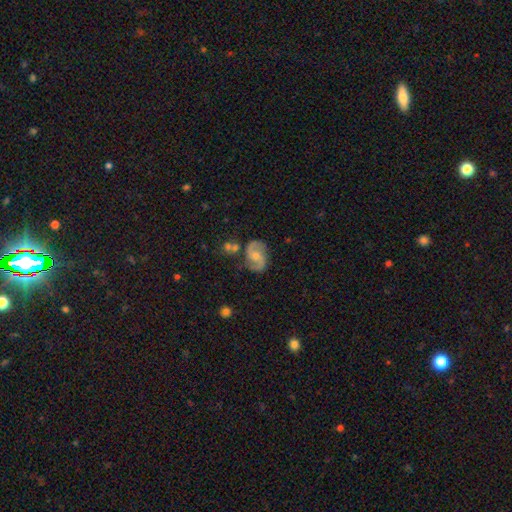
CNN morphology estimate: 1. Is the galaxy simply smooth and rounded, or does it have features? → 84% featured or disk, 10% smooth, 6% star or artifact.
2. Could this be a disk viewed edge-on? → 98% no, 2% yes.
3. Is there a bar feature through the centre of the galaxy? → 49% no, 42% weak, 9% strong.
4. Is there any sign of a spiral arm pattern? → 96% yes, 4% no.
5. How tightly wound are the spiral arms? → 53% medium, 32% loose, 14% tight.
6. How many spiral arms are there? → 93% 2, 3% can't tell, 2% 1, 1% 3, 1% 4, 1% more than 4.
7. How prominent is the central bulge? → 53% moderate, 37% small, 5% none, 3% large, 1% dominant.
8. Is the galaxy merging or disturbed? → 74% none, 15% minor disturbance, 5% merger, 5% major disturbance.